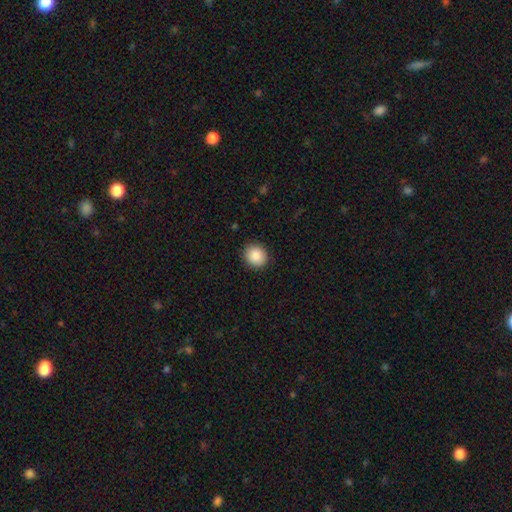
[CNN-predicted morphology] Smooth or featured? Predicted: smooth (p=0.88). How rounded? Predicted: round (p=0.80). Merging? Predicted: none (p=0.90).